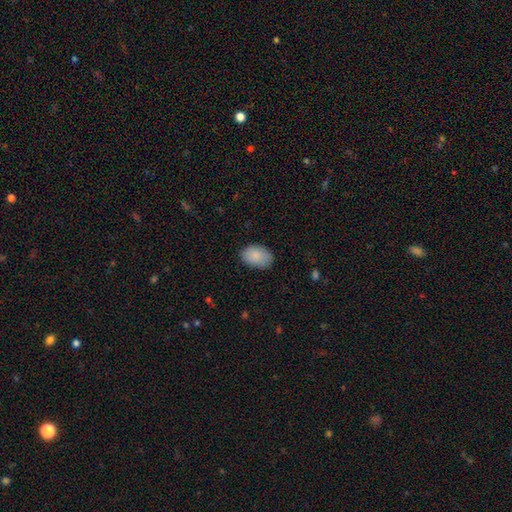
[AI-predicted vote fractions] Smooth or featured?
  - smooth: 87% *
  - star or artifact: 6%
  - featured or disk: 6%
How rounded?
  - in between: 87% *
  - round: 12%
  - cigar-shaped: 1%
Merging?
  - none: 82% *
  - minor disturbance: 14%
  - major disturbance: 3%
  - merger: 1%